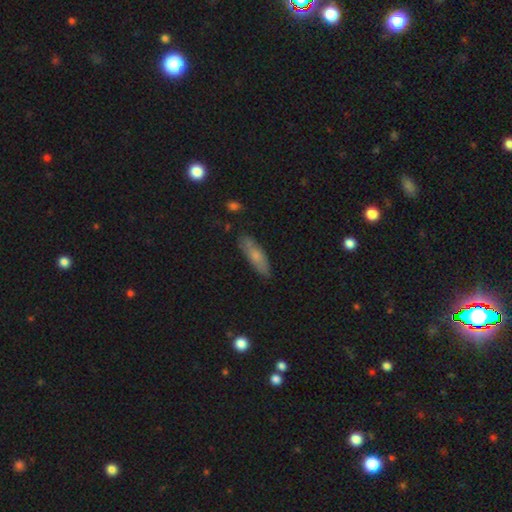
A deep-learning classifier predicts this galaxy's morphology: A smooth galaxy with no disk features (68%) that is cigar-shaped (53%).

Vote fractions:
- Smooth or featured? smooth: 68% / featured or disk: 25% / star or artifact: 7%
- How rounded? cigar-shaped: 53% / in between: 45% / round: 2%
- Merging? none: 80% / minor disturbance: 15% / major disturbance: 3% / merger: 2%